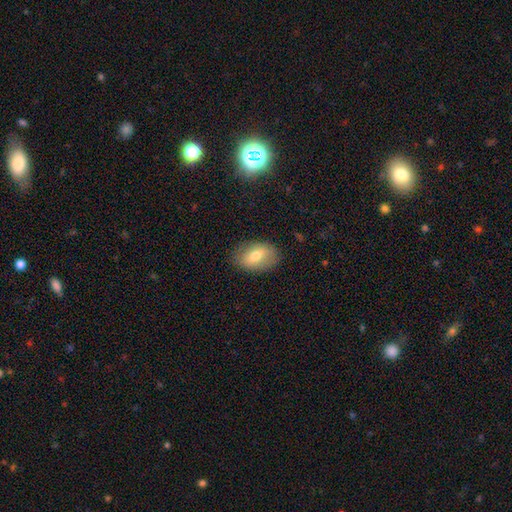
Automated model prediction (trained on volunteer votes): Overall: smooth (67%). How rounded: in between (86%). Merging: none (83%).